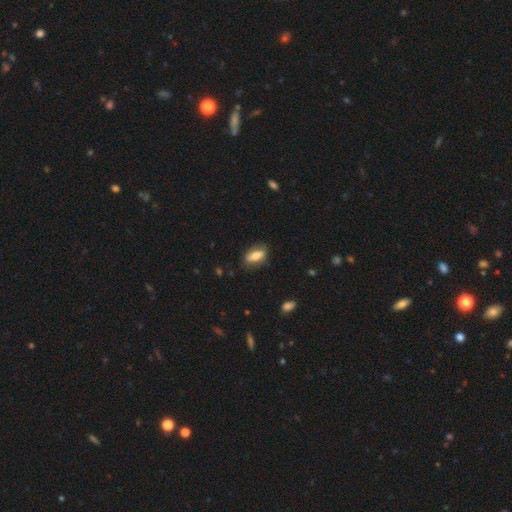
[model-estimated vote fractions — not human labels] Overall: smooth (68%). How rounded: in between (79%). Merging: none (76%).